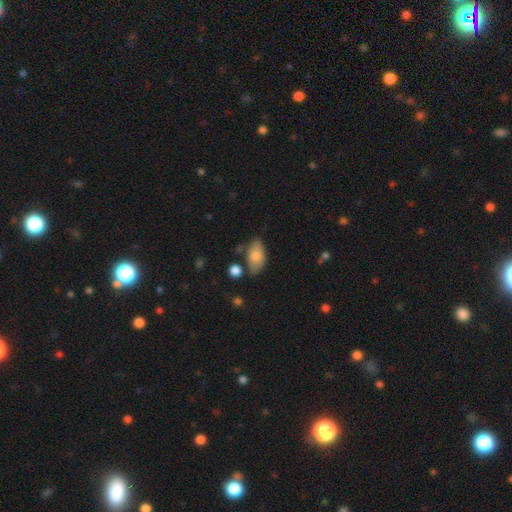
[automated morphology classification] This appears to be a smooth galaxy with no disk features (78%) that is in between round and cigar-shaped (92%). Merging: none (63%).